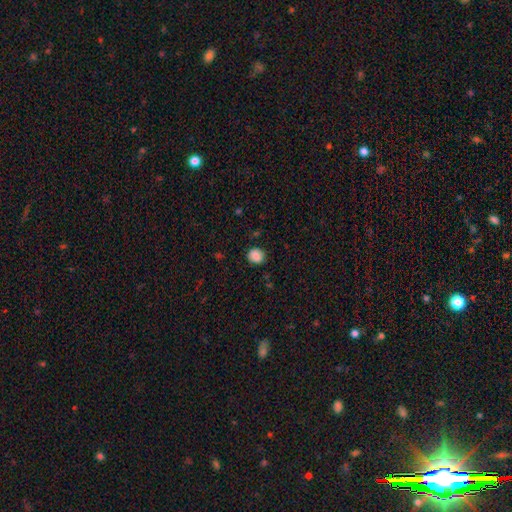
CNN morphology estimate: Q: Smooth or featured?
A: smooth (88%); runner-up: star or artifact (9%)
Q: How rounded?
A: round (75%); runner-up: in between (24%)
Q: Merging?
A: none (86%); runner-up: minor disturbance (10%)